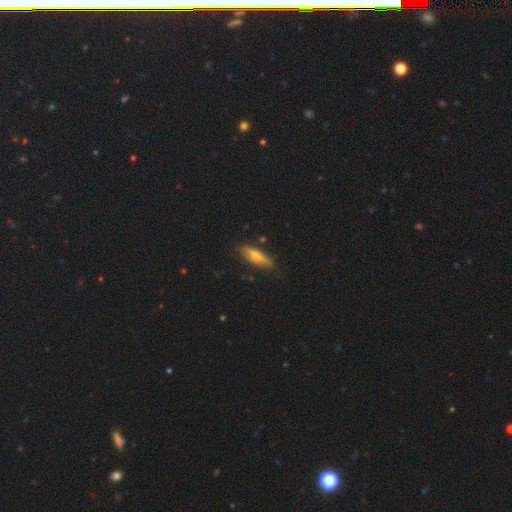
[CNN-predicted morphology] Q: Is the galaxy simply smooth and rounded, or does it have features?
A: featured or disk — 48%.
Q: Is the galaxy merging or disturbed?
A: none — 83%.